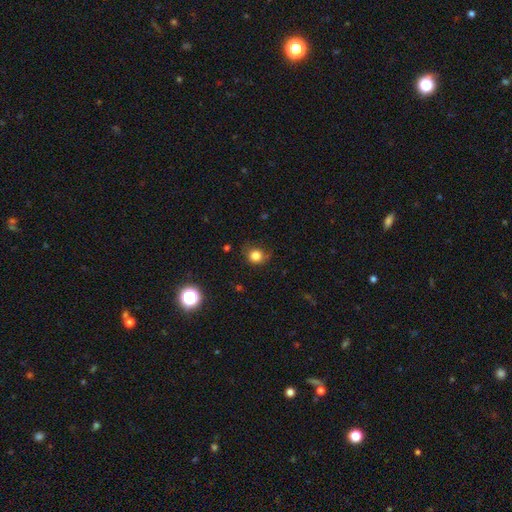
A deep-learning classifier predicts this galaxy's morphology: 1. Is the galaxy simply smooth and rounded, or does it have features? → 81% smooth, 13% star or artifact, 6% featured or disk.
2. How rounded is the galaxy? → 82% round, 17% in between, 1% cigar-shaped.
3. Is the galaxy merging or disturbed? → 69% none, 23% minor disturbance, 7% major disturbance, 2% merger.